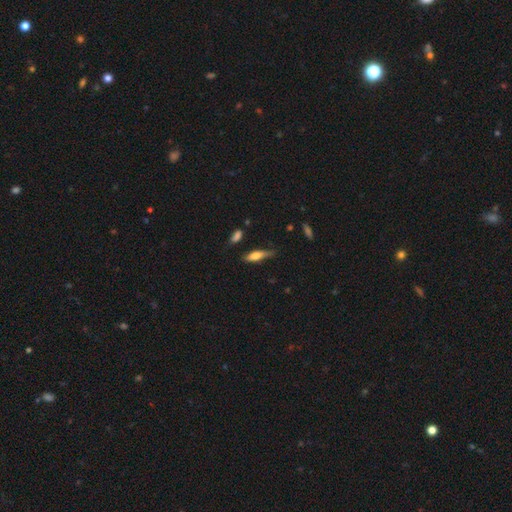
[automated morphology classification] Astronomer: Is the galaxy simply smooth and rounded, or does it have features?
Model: smooth — 58% (runner-up: featured or disk, 35%).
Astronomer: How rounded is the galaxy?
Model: cigar-shaped — 64%.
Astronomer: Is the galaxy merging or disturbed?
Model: none — 61%.